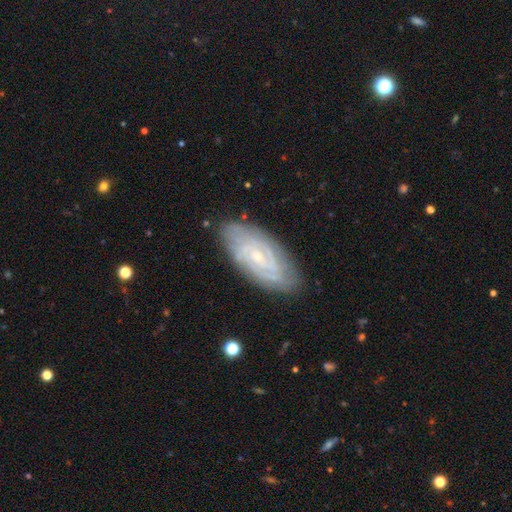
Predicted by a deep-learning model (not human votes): This appears to be a featured or disk galaxy (70%) with no bar (55%), tight (67%) spiral arms (86%) and a small central bulge (79%). Merging: none (83%).